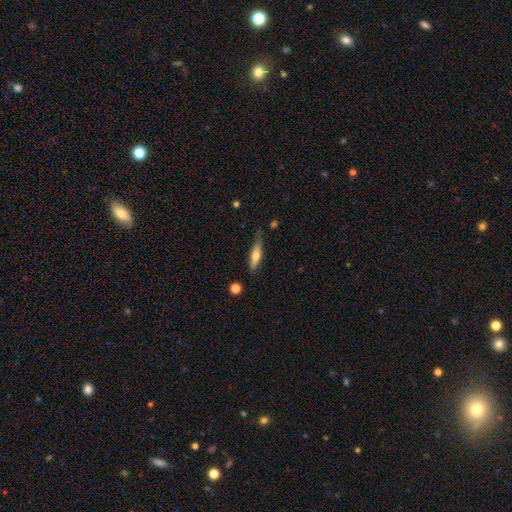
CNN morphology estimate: This is possibly a smooth galaxy (58%). How rounded: likely cigar-shaped (71%). Merging: likely none (66%).